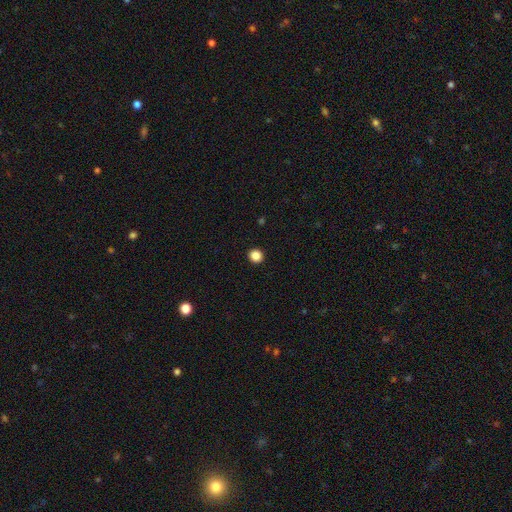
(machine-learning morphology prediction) This is clearly a smooth galaxy (86%). How rounded: clearly round (93%). Merging: clearly none (94%).